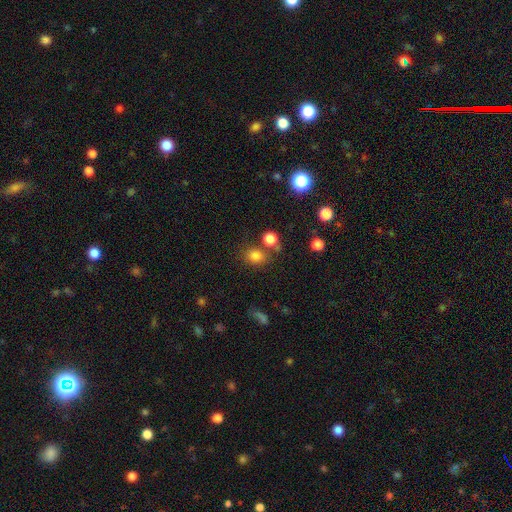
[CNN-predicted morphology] A smooth galaxy with no disk features (80%) that is round (60%).

Vote fractions:
- Smooth or featured? smooth: 80% / star or artifact: 14% / featured or disk: 6%
- How rounded? round: 60% / in between: 39% / cigar-shaped: 1%
- Merging? none: 68% / merger: 15% / minor disturbance: 12% / major disturbance: 5%